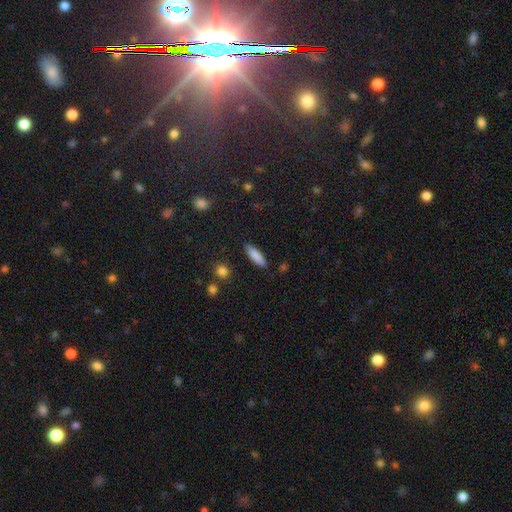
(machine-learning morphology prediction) smooth 85%, featured or disk 8%, star or artifact 7%. Down the decision tree: how rounded — cigar-shaped (63%); merging — none (87%).